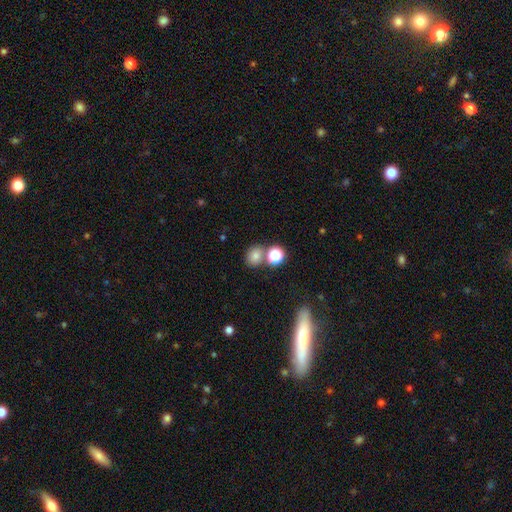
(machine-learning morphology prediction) Smooth or featured? Predicted: smooth (p=0.75). How rounded? Predicted: round (p=0.67). Merging? Predicted: none (p=0.65).